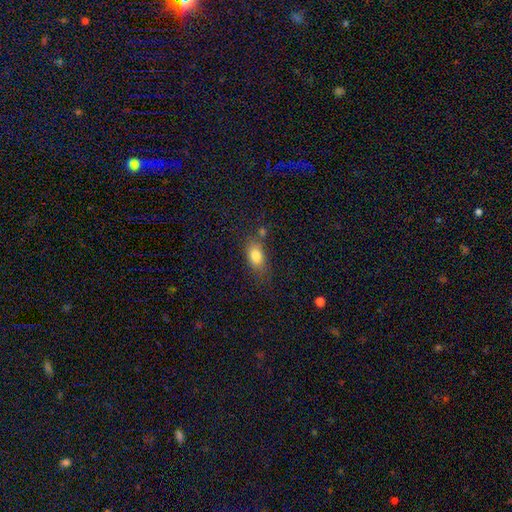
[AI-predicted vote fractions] A smooth galaxy with no disk features (81%) that is in between round and cigar-shaped (83%).

Vote fractions:
- Smooth or featured? smooth: 81% / featured or disk: 10% / star or artifact: 9%
- How rounded? in between: 83% / round: 12% / cigar-shaped: 5%
- Merging? none: 62% / minor disturbance: 21% / merger: 9% / major disturbance: 8%